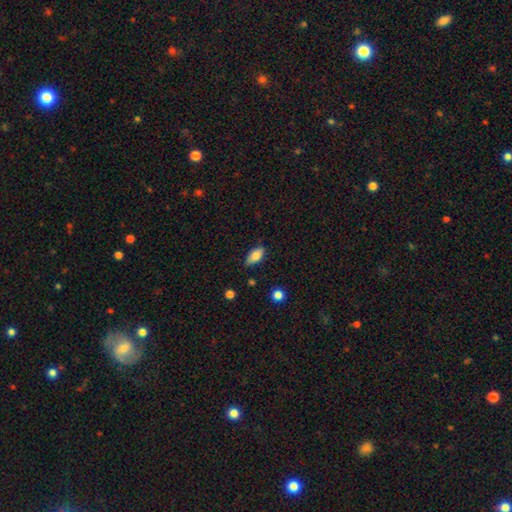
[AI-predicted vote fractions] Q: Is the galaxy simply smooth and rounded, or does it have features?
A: smooth — 79%.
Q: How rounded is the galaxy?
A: in between — 88%.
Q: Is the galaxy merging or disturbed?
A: none — 74%.